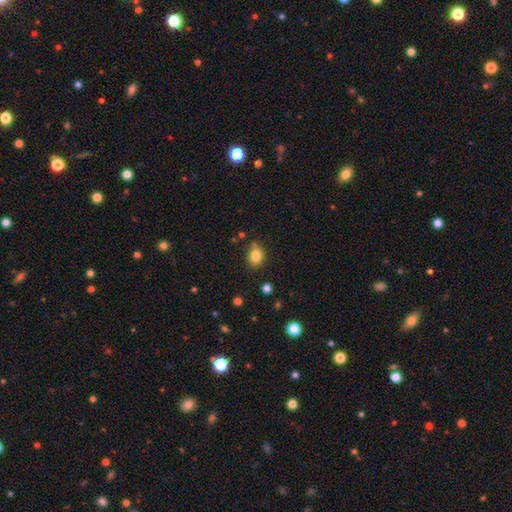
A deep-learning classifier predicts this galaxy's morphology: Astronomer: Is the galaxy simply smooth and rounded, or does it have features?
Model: smooth — 84%.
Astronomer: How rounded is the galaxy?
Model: in between — 52% (runner-up: round, 47%).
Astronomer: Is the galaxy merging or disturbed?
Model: none — 75%.